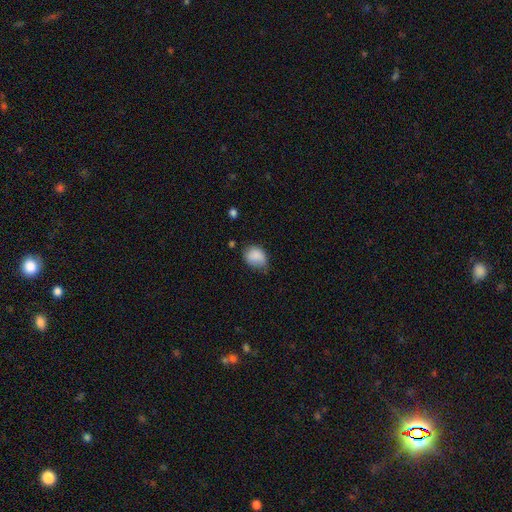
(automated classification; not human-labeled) smooth_or_featured: smooth (p=0.85) [alt: star or artifact p=0.08]
how_rounded: in between (p=0.58) [alt: round p=0.41]
merging: none (p=0.51) [alt: minor disturbance p=0.38]